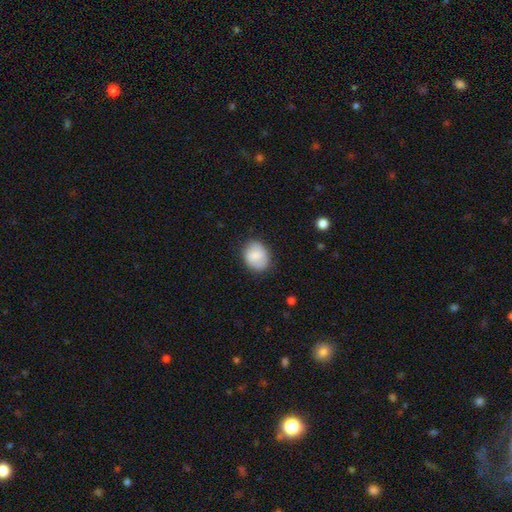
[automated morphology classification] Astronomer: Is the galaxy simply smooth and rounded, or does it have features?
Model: smooth — 81%.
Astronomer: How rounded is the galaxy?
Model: round — 54% (runner-up: in between, 45%).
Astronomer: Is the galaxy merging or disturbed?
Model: none — 82%.